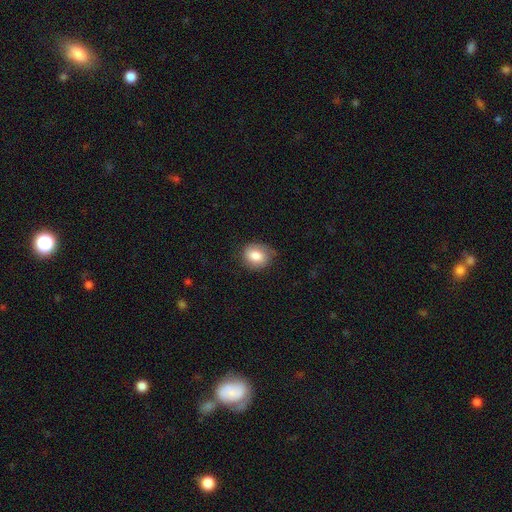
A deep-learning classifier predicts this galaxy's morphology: This appears to be a smooth galaxy with no disk features (81%) that is round (56%). Merging: none (71%).